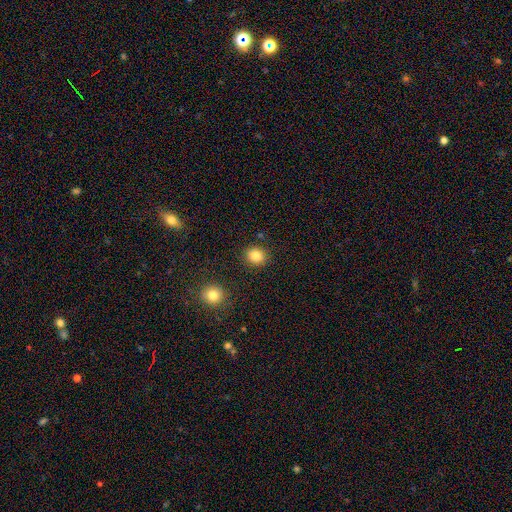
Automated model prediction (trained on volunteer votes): Smooth or featured? smooth (85%)
How rounded? round (77%)
Merging? none (88%)